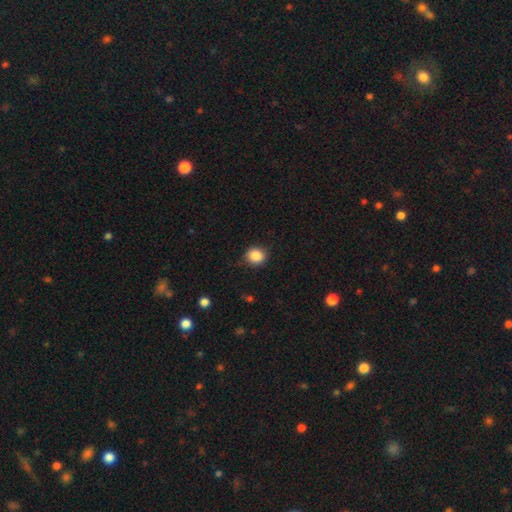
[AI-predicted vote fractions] smooth_or_featured: smooth (p=0.87) [alt: star or artifact p=0.09]
how_rounded: round (p=0.80) [alt: in between p=0.19]
merging: none (p=0.80) [alt: minor disturbance p=0.15]